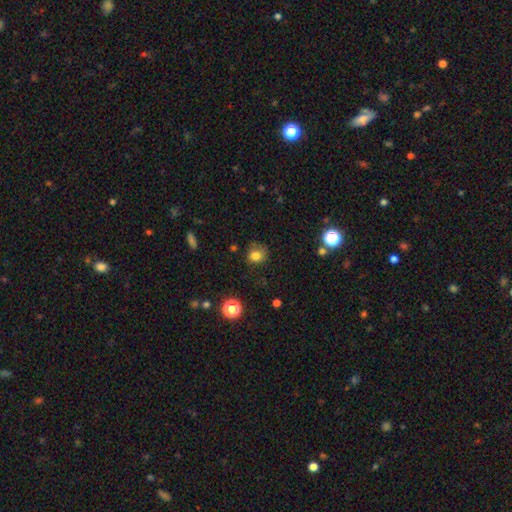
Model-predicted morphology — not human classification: The model was most divided on "merging": none: 68%, minor disturbance: 22%, major disturbance: 7%, merger: 2%. More confident: smooth or featured — smooth (79%); how rounded — round (73%).